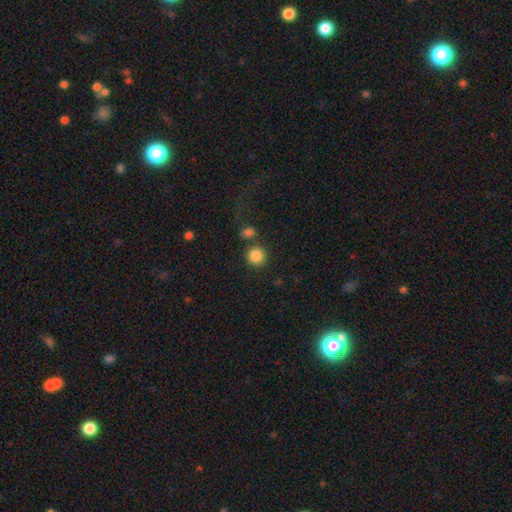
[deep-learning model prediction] A smooth galaxy with no disk features (86%) that is round (93%).

Vote fractions:
- Smooth or featured? smooth: 86% / star or artifact: 10% / featured or disk: 4%
- How rounded? round: 93% / in between: 6% / cigar-shaped: 1%
- Merging? none: 77% / merger: 11% / minor disturbance: 8% / major disturbance: 4%